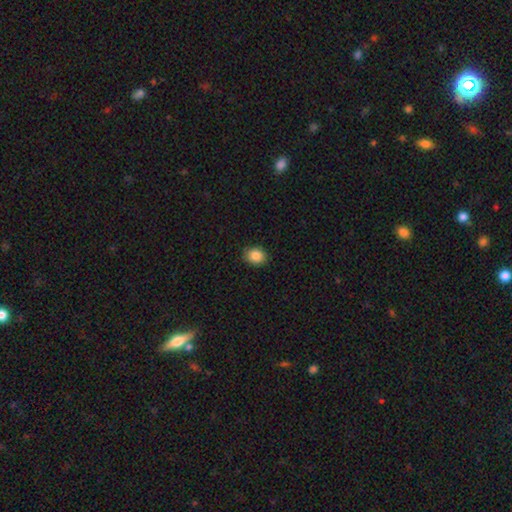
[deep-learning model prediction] smooth-or-featured: smooth: 86% | star or artifact: 9% | featured or disk: 5%
  how-rounded: round: 60% | in between: 39% | cigar-shaped: 1%
  merging: none: 87% | minor disturbance: 10% | major disturbance: 2% | merger: 1%